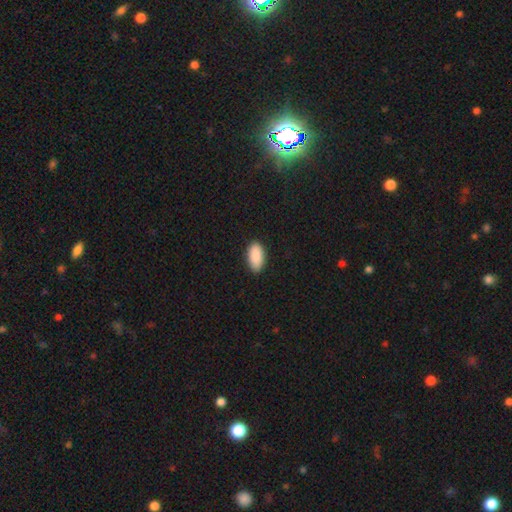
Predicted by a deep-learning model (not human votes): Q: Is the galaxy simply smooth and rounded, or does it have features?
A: smooth — 91%.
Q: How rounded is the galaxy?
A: in between — 94%.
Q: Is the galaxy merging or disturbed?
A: none — 88%.